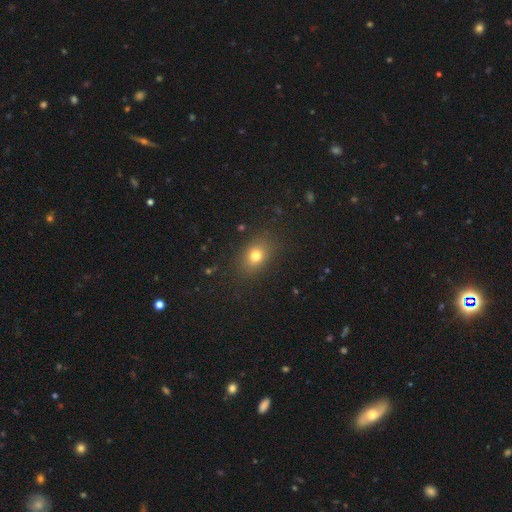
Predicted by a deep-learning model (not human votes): A smooth galaxy with no disk features (75%) that is in between round and cigar-shaped (62%). Merging: none (85%).